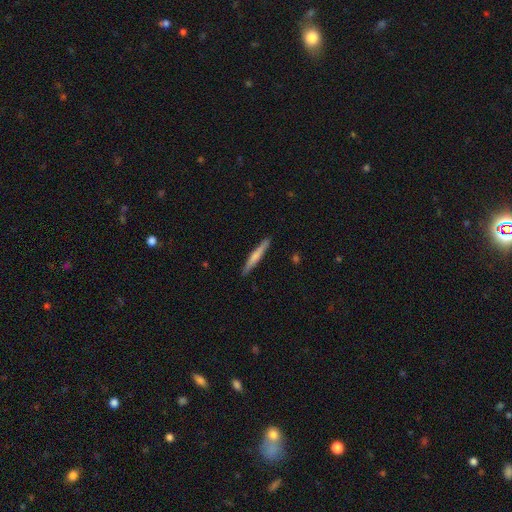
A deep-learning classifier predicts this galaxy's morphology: smooth_or_featured: smooth (p=0.60) [alt: featured or disk p=0.35]
how_rounded: cigar-shaped (p=0.95) [alt: in between p=0.03]
merging: none (p=0.90) [alt: minor disturbance p=0.07]